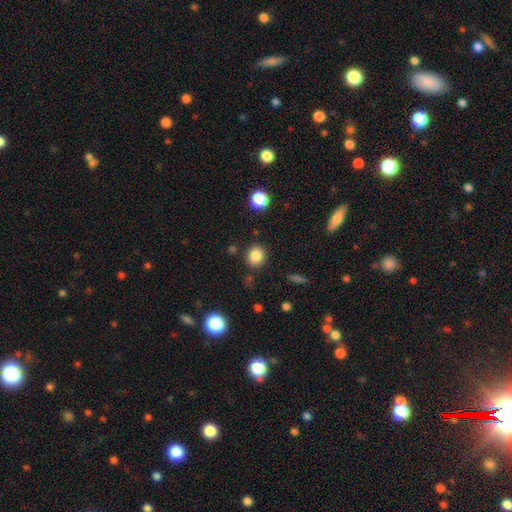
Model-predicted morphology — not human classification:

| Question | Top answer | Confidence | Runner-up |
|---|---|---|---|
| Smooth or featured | smooth | 84% | star or artifact (11%) |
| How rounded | round | 75% | in between (24%) |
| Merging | none | 86% | minor disturbance (8%) |